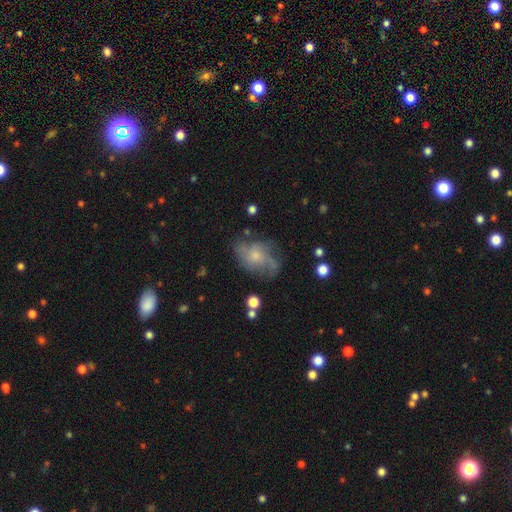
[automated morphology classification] A featured or disk galaxy (55%) with no bar (79%), spiral arms (71%) and a small central bulge (54%).

Vote fractions:
- Smooth or featured? featured or disk: 55% / smooth: 34% / star or artifact: 10%
- Edge-on disk? no: 96% / yes: 4%
- Bar? no: 79% / weak: 18% / strong: 3%
- Spiral arms? yes: 71% / no: 29%
- Bulge size? small: 54% / moderate: 33% / none: 7% / large: 4% / dominant: 1%
- Merging? none: 51% / minor disturbance: 26% / major disturbance: 20% / merger: 3%